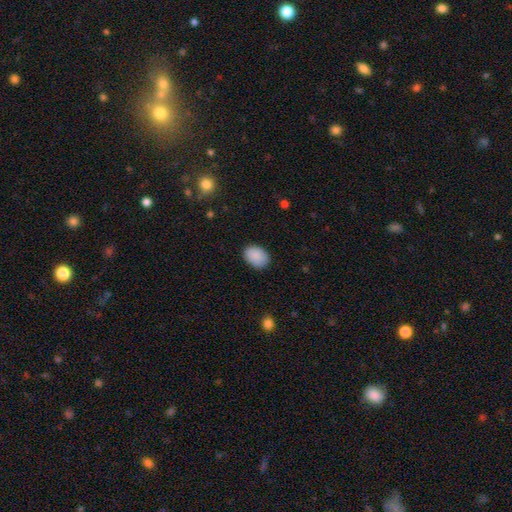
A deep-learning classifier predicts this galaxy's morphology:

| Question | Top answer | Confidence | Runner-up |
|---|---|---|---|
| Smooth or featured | smooth | 90% | star or artifact (7%) |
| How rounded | in between | 78% | round (21%) |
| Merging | none | 85% | minor disturbance (11%) |